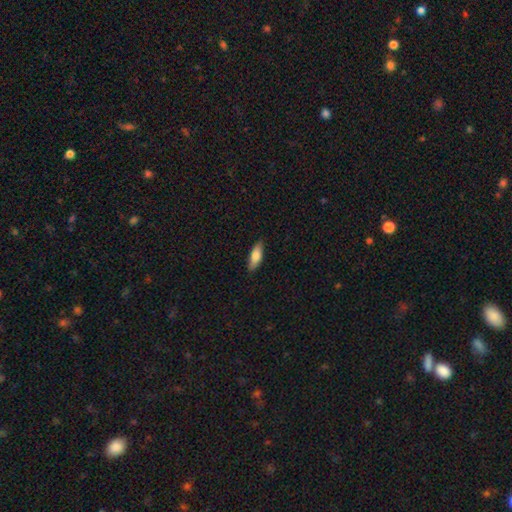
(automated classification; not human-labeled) This appears to be a smooth galaxy with no disk features (78%) that is in between round and cigar-shaped (63%). Merging: none (86%).